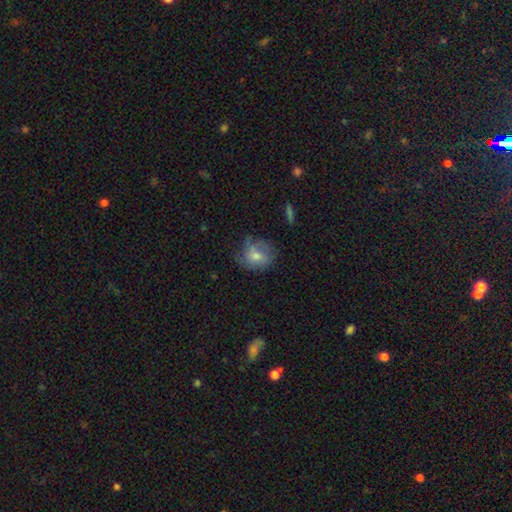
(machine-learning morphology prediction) Q: Smooth or featured?
A: smooth (63%); runner-up: featured or disk (27%)
Q: How rounded?
A: round (69%); runner-up: in between (30%)
Q: Merging?
A: none (62%); runner-up: minor disturbance (26%)